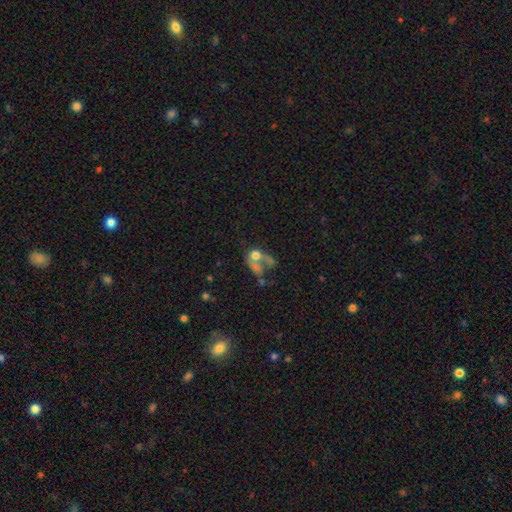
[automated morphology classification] This appears to be a smooth galaxy with no disk features (52%) that is in between round and cigar-shaped (56%). Merging: merger (47%).